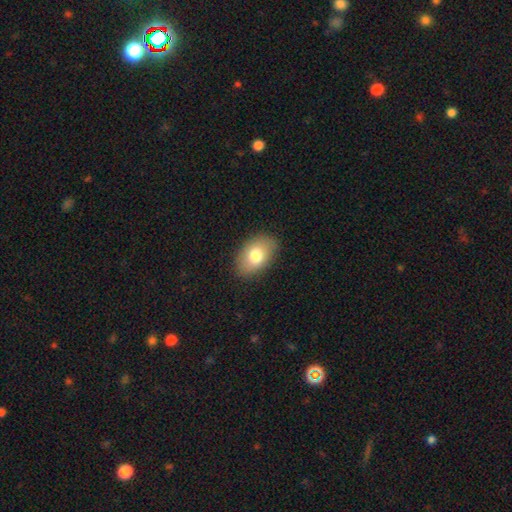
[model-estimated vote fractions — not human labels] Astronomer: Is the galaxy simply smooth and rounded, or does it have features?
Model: smooth — 77%.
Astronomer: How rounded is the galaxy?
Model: in between — 90%.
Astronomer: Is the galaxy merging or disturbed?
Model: none — 86%.